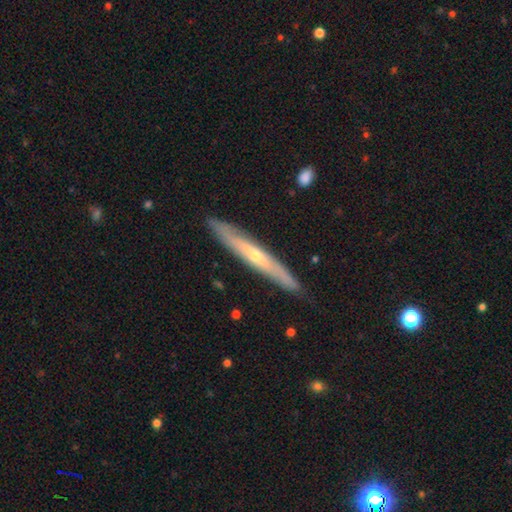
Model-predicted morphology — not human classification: Smooth or featured?
  - featured or disk: 64% *
  - smooth: 31%
  - star or artifact: 6%
Edge-on disk?
  - yes: 89% *
  - no: 11%
Edge-on bulge?
  - rounded: 62% *
  - none: 35%
  - boxy: 3%
Merging?
  - none: 88% *
  - minor disturbance: 9%
  - major disturbance: 2%
  - merger: 1%